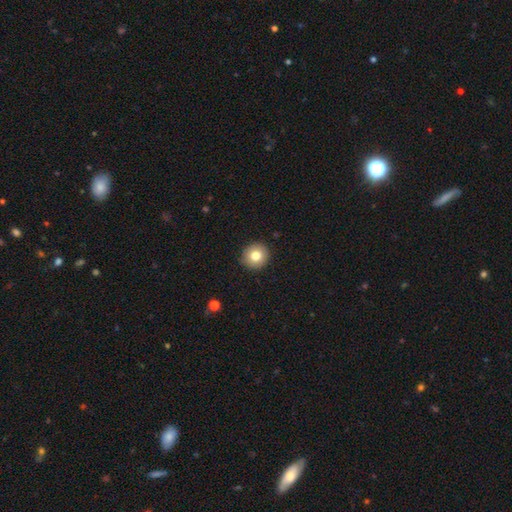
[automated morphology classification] Smooth or featured? Predicted: smooth (p=0.79). How rounded? Predicted: round (p=0.92). Merging? Predicted: none (p=0.91).